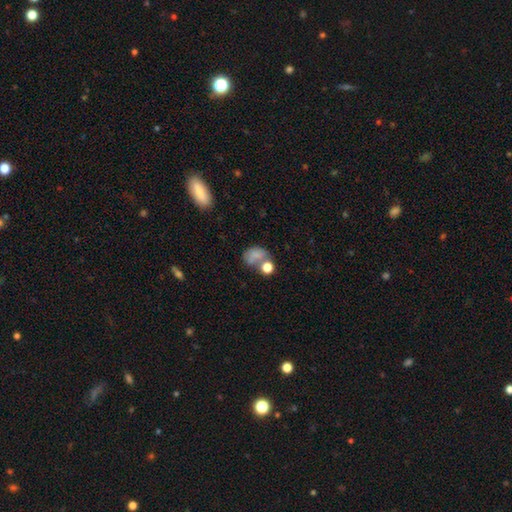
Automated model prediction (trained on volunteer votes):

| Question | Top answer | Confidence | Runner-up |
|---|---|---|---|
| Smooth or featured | smooth | 70% | featured or disk (17%) |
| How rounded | in between | 59% | round (40%) |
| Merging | merger | 34% | none (30%) |